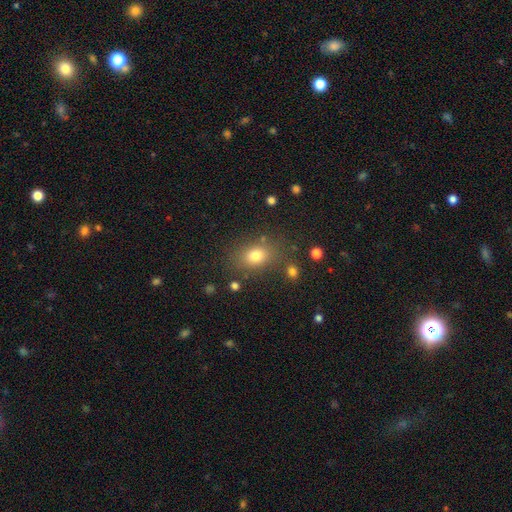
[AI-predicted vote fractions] smooth 76%, star or artifact 14%, featured or disk 10%. Down the decision tree: how rounded — in between (67%); merging — none (77%).